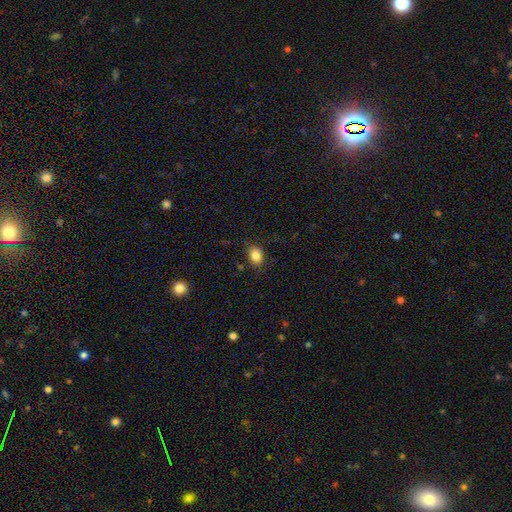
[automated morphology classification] Smooth or featured: smooth — 85% (star or artifact — 10%)
How rounded: in between — 57% (round — 42%)
Merging: none — 84% (minor disturbance — 12%)